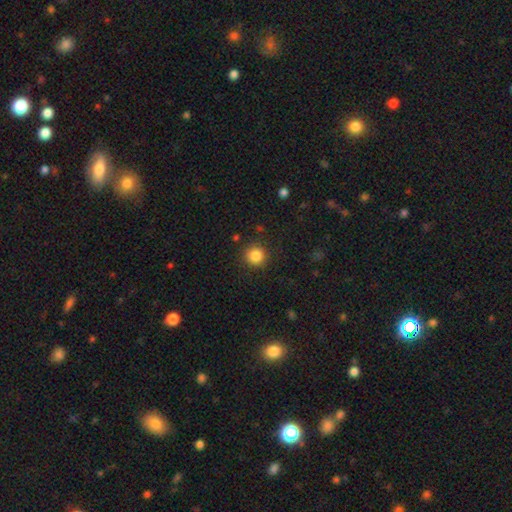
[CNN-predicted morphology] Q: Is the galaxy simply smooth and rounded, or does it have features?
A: smooth — 85%.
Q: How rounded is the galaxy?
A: round — 94%.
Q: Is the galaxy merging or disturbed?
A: none — 90%.